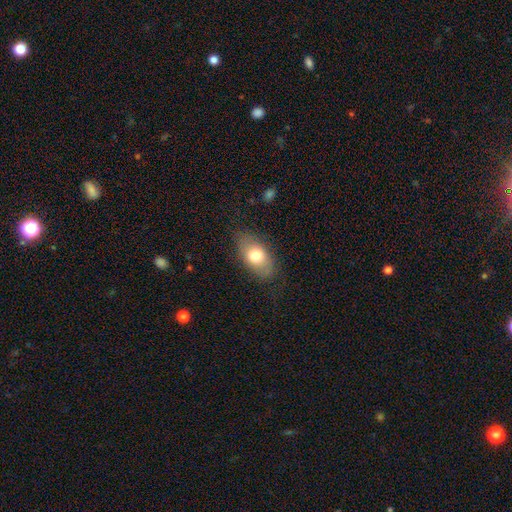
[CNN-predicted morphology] smooth-or-featured: smooth: 74% | featured or disk: 19% | star or artifact: 7%
  how-rounded: in between: 89% | round: 8% | cigar-shaped: 3%
  merging: none: 77% | minor disturbance: 16% | major disturbance: 5% | merger: 1%